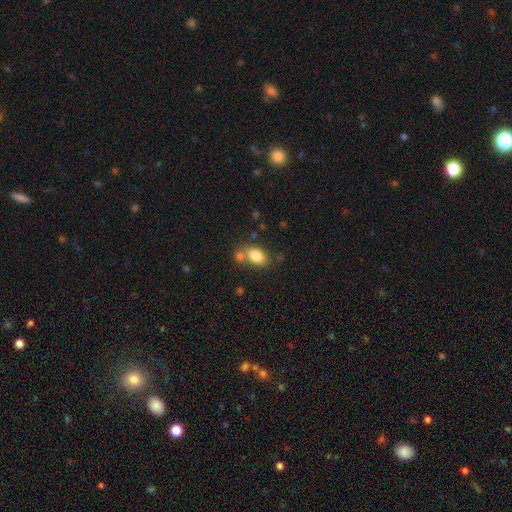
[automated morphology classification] type=smooth (82%); roundness=in between (81%); merging=none (55%).